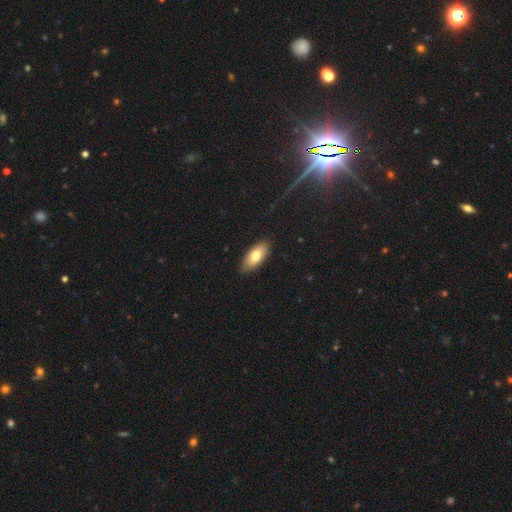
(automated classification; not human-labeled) Smooth or featured? Predicted: smooth (p=0.76). How rounded? Predicted: in between (p=0.86). Merging? Predicted: none (p=0.88).